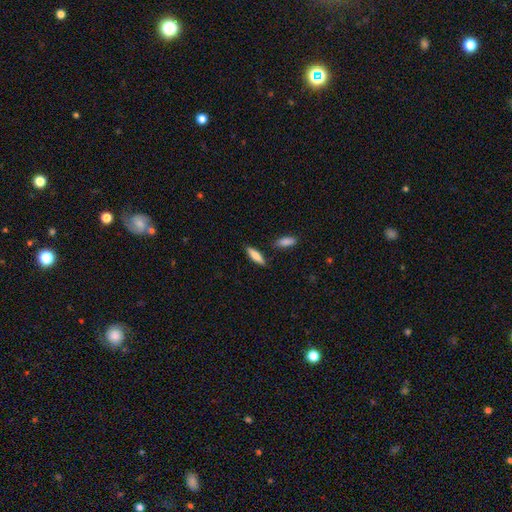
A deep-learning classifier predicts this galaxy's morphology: smooth 79%, featured or disk 15%, star or artifact 6%. Down the decision tree: how rounded — cigar-shaped (62%); merging — none (82%).